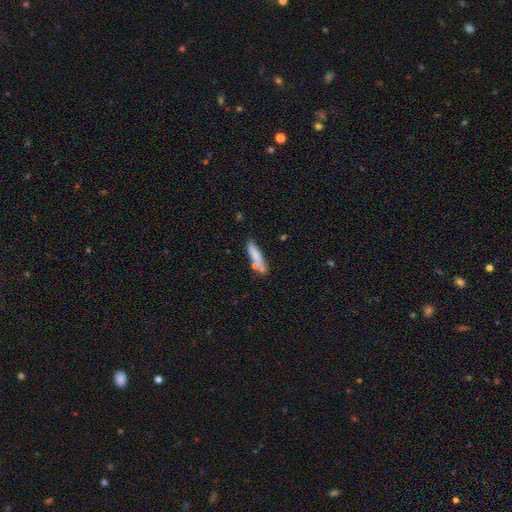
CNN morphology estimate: A smooth galaxy with no disk features (75%) that is cigar-shaped (76%). Merging: none (63%).